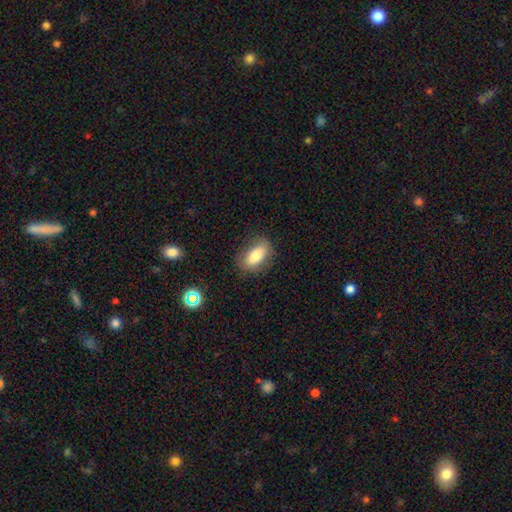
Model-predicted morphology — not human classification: smooth-or-featured: smooth: 80% | featured or disk: 12% | star or artifact: 8%
  how-rounded: in between: 88% | cigar-shaped: 7% | round: 5%
  merging: none: 79% | minor disturbance: 15% | major disturbance: 5% | merger: 1%